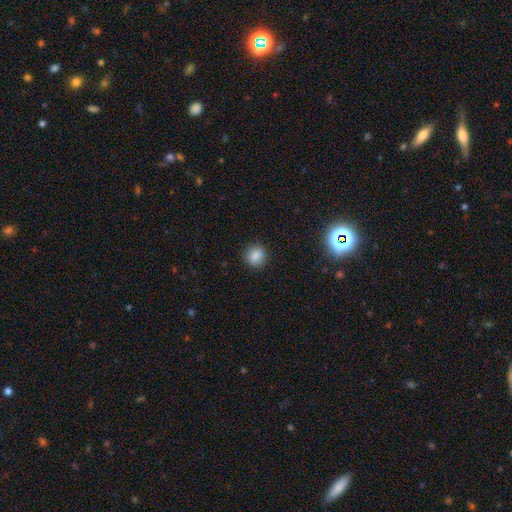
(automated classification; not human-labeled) The model was most divided on "how rounded": round: 78%, in between: 21%, cigar-shaped: 1%. More confident: merging — none (86%); smooth or featured — smooth (83%).